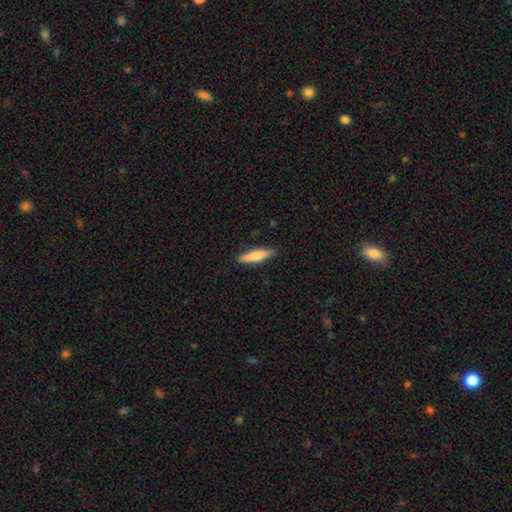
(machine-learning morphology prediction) A smooth galaxy with no disk features (74%) that is cigar-shaped (78%).

Vote fractions:
- Smooth or featured? smooth: 74% / featured or disk: 20% / star or artifact: 5%
- How rounded? cigar-shaped: 78% / in between: 20% / round: 1%
- Merging? none: 88% / minor disturbance: 9% / major disturbance: 2% / merger: 1%